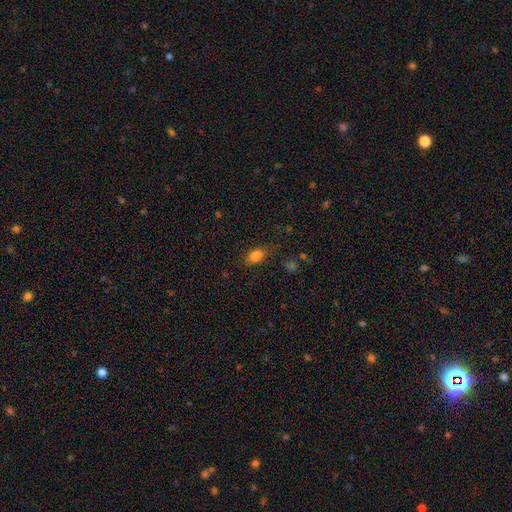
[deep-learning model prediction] Q: Smooth or featured?
A: smooth (79%); runner-up: star or artifact (13%)
Q: How rounded?
A: in between (82%); runner-up: round (11%)
Q: Merging?
A: none (67%); runner-up: minor disturbance (21%)